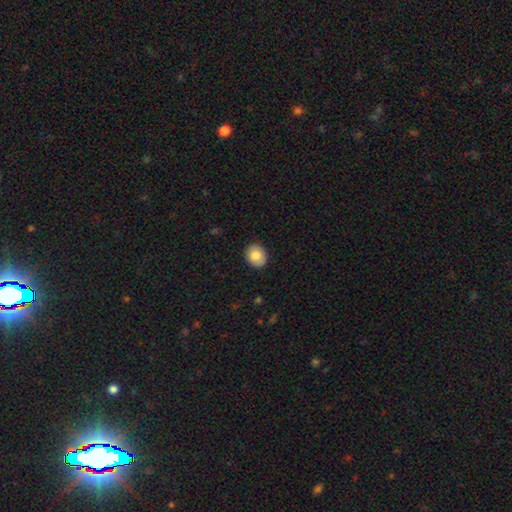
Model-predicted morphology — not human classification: This is clearly a smooth galaxy (82%). How rounded: possibly round (59%). Merging: clearly none (88%).